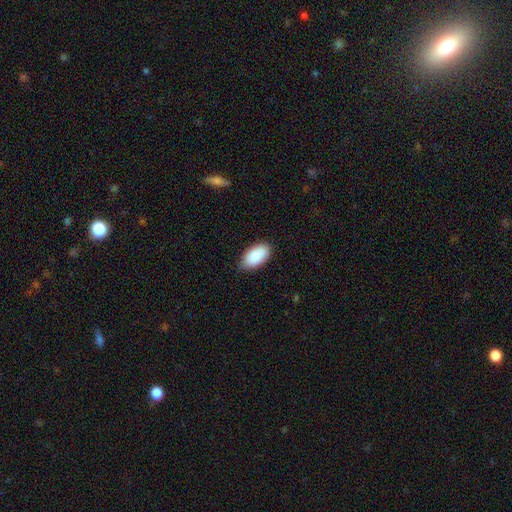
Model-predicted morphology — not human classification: Q: Smooth or featured?
A: smooth (89%); runner-up: star or artifact (6%)
Q: How rounded?
A: in between (95%); runner-up: round (3%)
Q: Merging?
A: none (79%); runner-up: minor disturbance (17%)